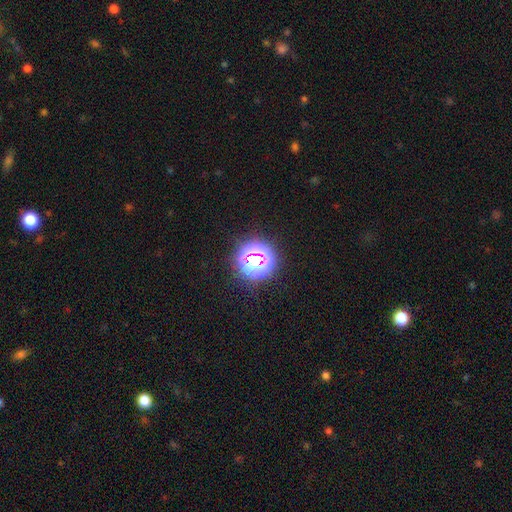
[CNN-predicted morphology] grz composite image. It shows a star or artifact, not a galaxy (66%).